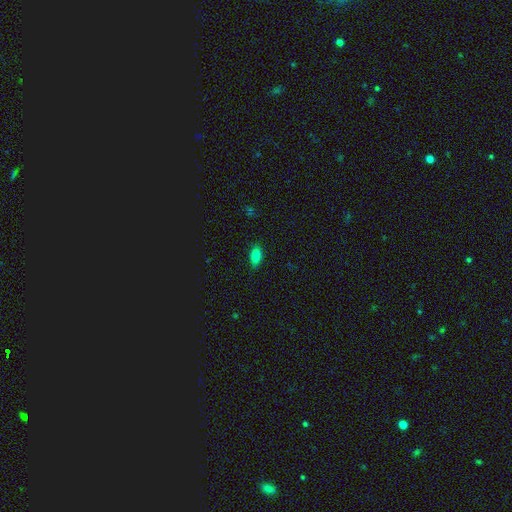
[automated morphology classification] Smooth or featured? Predicted: smooth (p=0.83). How rounded? Predicted: in between (p=0.88). Merging? Predicted: none (p=0.85).